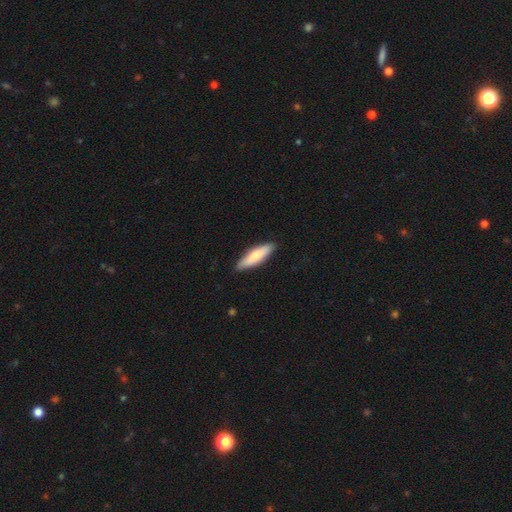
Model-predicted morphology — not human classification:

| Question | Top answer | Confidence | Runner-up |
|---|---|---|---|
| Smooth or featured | smooth | 71% | featured or disk (24%) |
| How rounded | cigar-shaped | 66% | in between (33%) |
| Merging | none | 88% | minor disturbance (9%) |